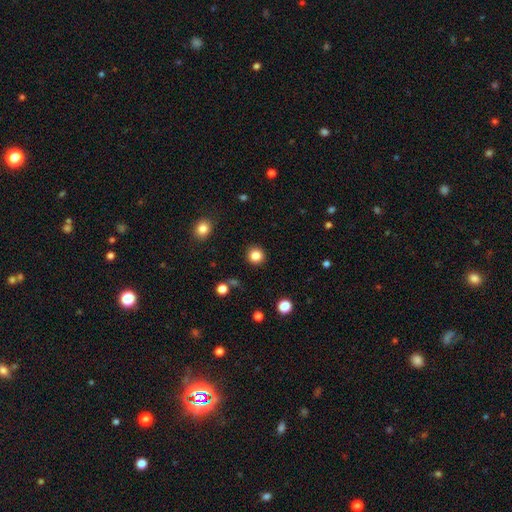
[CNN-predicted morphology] smooth_or_featured: smooth (p=0.85) [alt: star or artifact p=0.11]
how_rounded: round (p=0.93) [alt: in between p=0.06]
merging: none (p=0.91) [alt: minor disturbance p=0.05]